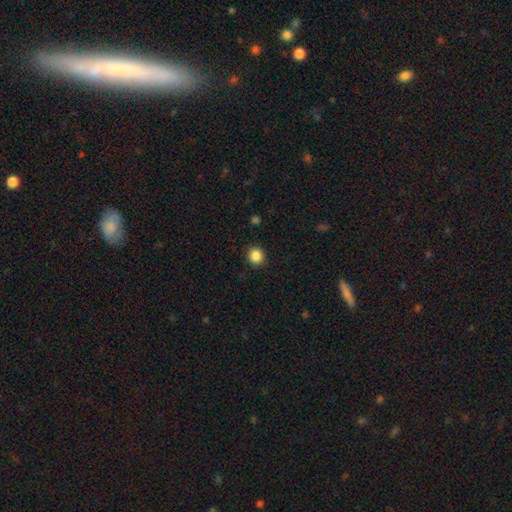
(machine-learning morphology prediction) A smooth galaxy with no disk features (87%) that is round (91%).

Vote fractions:
- Smooth or featured? smooth: 87% / star or artifact: 10% / featured or disk: 3%
- How rounded? round: 91% / in between: 8% / cigar-shaped: 1%
- Merging? none: 91% / minor disturbance: 6% / major disturbance: 2% / merger: 1%